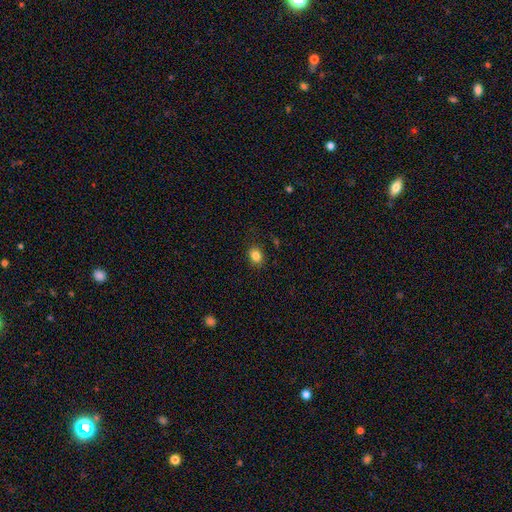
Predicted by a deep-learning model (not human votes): Smooth or featured?
  - smooth: 84% *
  - star or artifact: 11%
  - featured or disk: 5%
How rounded?
  - in between: 58% *
  - round: 41%
  - cigar-shaped: 1%
Merging?
  - none: 85% *
  - minor disturbance: 11%
  - major disturbance: 3%
  - merger: 1%